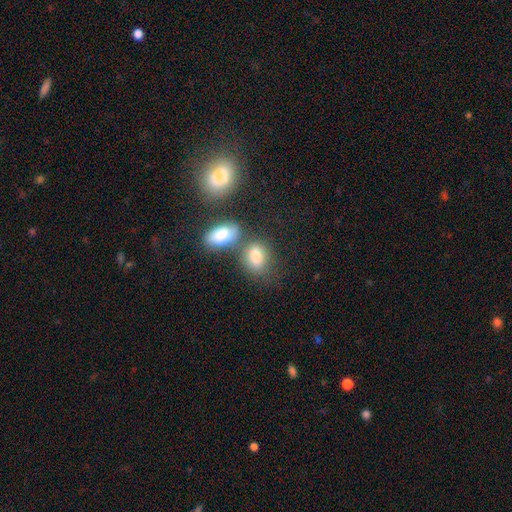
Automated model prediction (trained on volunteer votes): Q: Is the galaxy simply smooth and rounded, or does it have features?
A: smooth — 78%.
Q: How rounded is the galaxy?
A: in between — 70%.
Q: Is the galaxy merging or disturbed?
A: none — 53%.